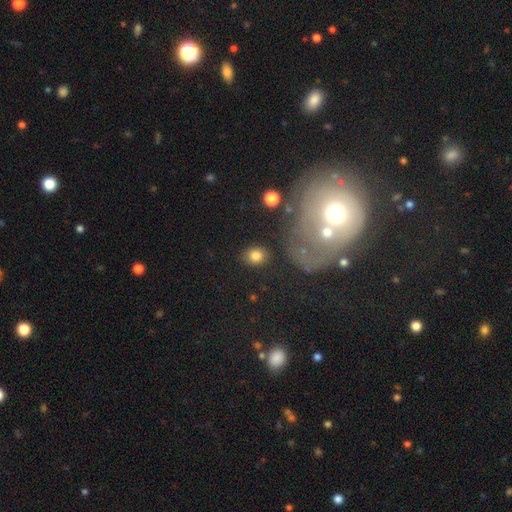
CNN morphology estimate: smooth-or-featured: smooth: 81% | star or artifact: 11% | featured or disk: 9%
  how-rounded: round: 65% | in between: 34% | cigar-shaped: 1%
  merging: none: 83% | minor disturbance: 10% | major disturbance: 4% | merger: 3%